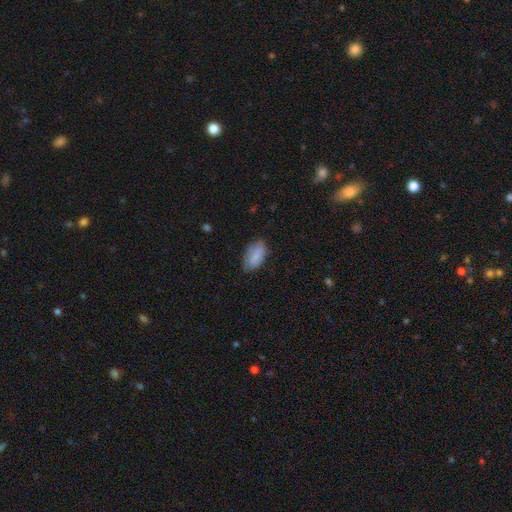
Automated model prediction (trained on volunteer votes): Smooth or featured: smooth — 85% (featured or disk — 8%)
How rounded: in between — 93% (cigar-shaped — 4%)
Merging: none — 76% (minor disturbance — 19%)